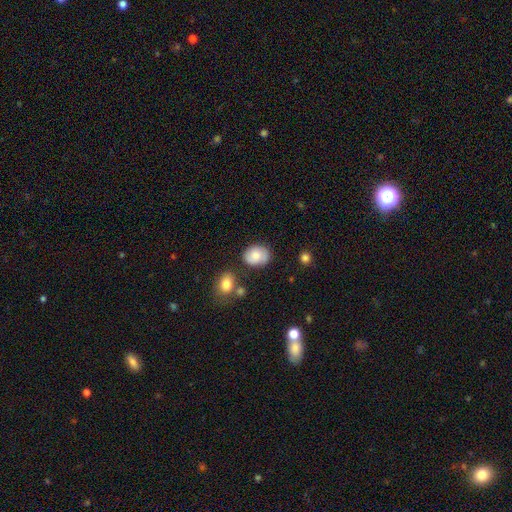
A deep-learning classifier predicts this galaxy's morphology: Smooth or featured? smooth (75%)
How rounded? in between (56%)
Merging? none (72%)